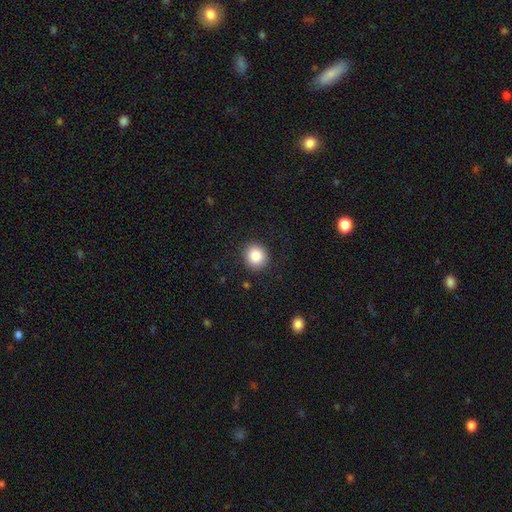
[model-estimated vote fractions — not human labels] Smooth or featured: smooth — 86% (star or artifact — 9%)
How rounded: round — 90% (in between — 9%)
Merging: none — 90% (minor disturbance — 7%)